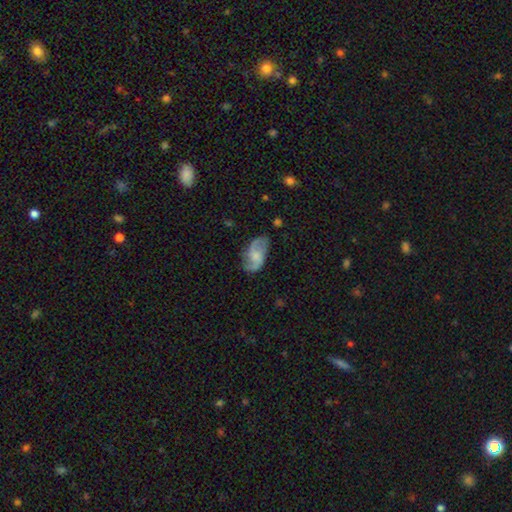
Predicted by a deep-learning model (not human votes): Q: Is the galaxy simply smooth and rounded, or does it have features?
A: featured or disk — 69%.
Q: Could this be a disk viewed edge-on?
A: no — 97%.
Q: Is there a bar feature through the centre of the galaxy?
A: no — 51%.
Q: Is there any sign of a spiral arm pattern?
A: yes — 92%.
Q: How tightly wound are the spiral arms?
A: loose — 59%.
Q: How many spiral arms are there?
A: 2 — 89%.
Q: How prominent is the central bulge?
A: none — 34%.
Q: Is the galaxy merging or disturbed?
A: none — 67%.